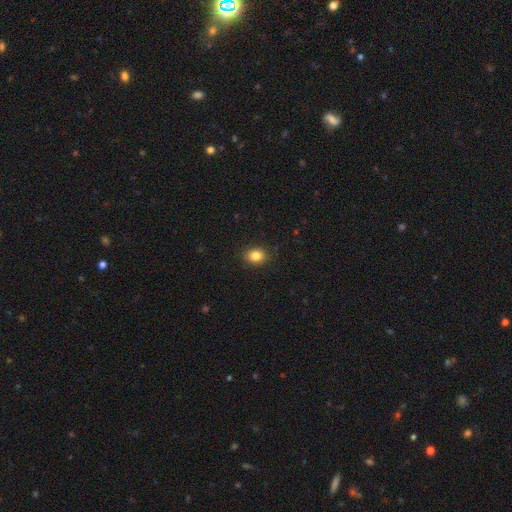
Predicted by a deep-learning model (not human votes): Q: Smooth or featured?
A: smooth (84%); runner-up: star or artifact (10%)
Q: How rounded?
A: in between (58%); runner-up: round (41%)
Q: Merging?
A: none (88%); runner-up: minor disturbance (9%)